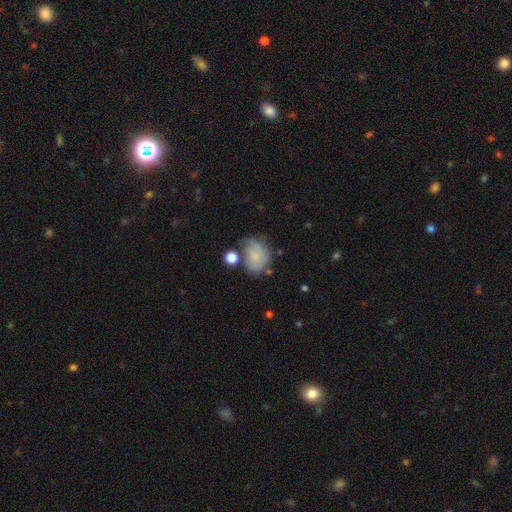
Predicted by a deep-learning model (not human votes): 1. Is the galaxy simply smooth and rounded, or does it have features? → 66% smooth, 25% featured or disk, 9% star or artifact.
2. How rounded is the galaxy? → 63% in between, 36% round, 1% cigar-shaped.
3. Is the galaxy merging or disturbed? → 44% none, 30% minor disturbance, 16% major disturbance, 10% merger.